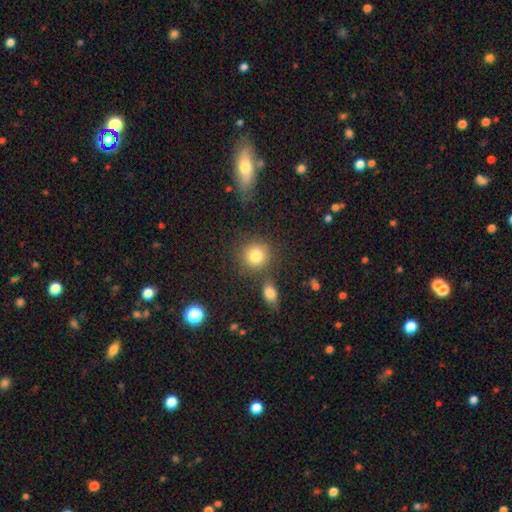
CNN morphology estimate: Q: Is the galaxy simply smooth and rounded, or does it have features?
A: smooth — 82%.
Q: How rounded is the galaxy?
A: round — 86%.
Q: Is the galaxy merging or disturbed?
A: none — 73%.